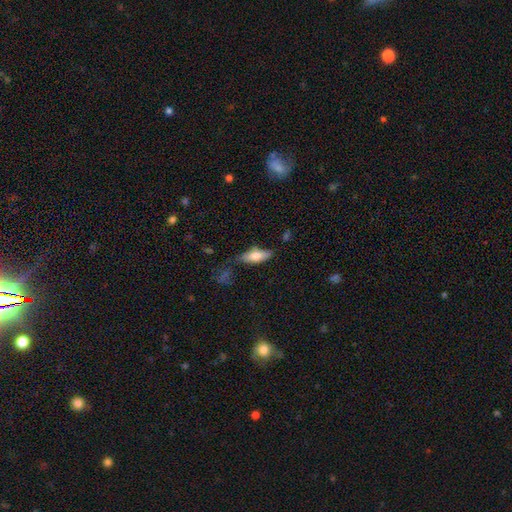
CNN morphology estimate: Overall: smooth (71%). How rounded: in between (73%). Merging: none (67%).